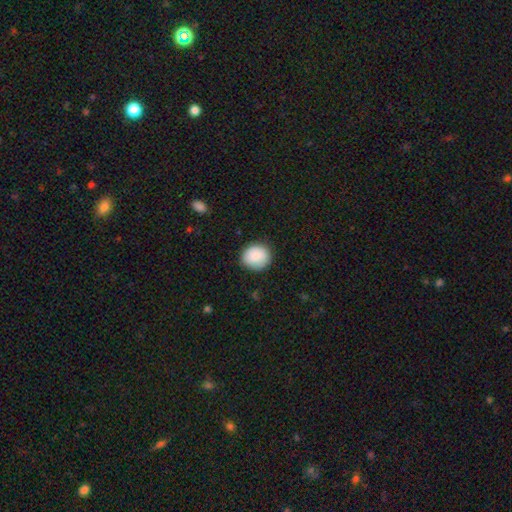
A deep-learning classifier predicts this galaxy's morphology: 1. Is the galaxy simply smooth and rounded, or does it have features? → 89% smooth, 7% star or artifact, 4% featured or disk.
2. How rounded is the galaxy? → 78% round, 21% in between, 1% cigar-shaped.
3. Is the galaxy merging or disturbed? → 84% none, 12% minor disturbance, 3% major disturbance, 1% merger.